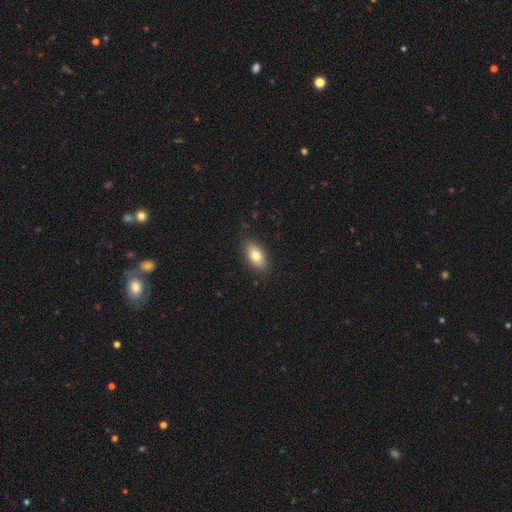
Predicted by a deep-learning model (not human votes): This appears to be a smooth galaxy with no disk features (78%) that is in between round and cigar-shaped (89%). Merging: none (86%).